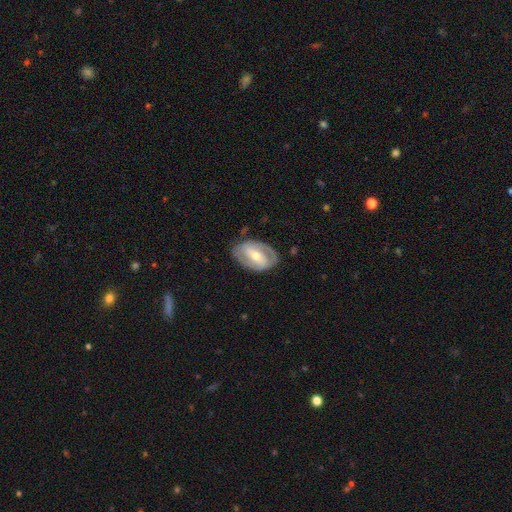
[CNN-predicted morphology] Smooth or featured? featured or disk (74%)
Edge-on disk? no (94%)
Bar? strong (45%)
Spiral arms? yes (72%)
Spiral winding? tight (45%)
Spiral arm count? 2 (79%)
Bulge size? moderate (59%)
Merging? none (77%)